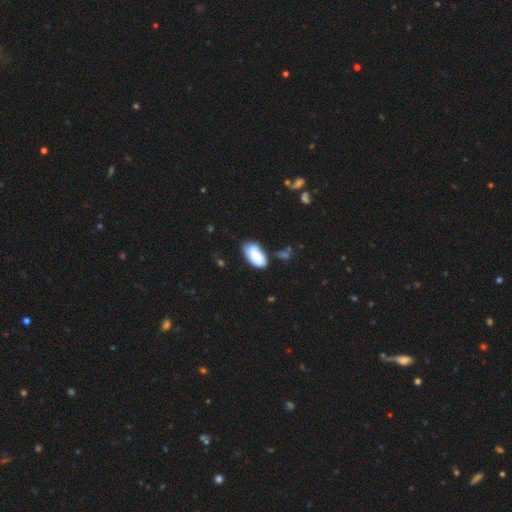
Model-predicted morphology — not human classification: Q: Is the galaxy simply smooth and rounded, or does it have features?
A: smooth — 69%.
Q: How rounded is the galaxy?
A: in between — 94%.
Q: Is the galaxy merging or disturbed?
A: none — 53%.